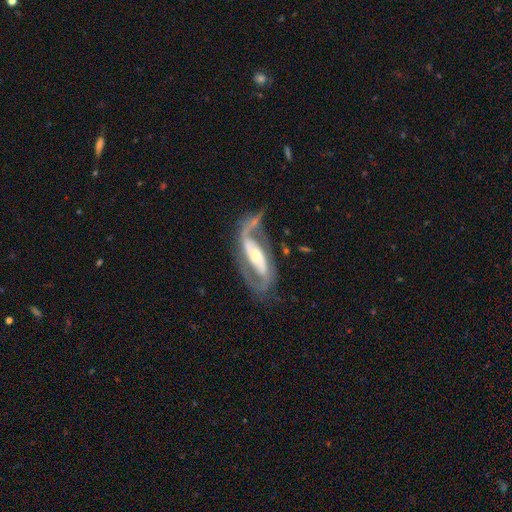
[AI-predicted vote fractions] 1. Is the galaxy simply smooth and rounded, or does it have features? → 89% featured or disk, 6% smooth, 5% star or artifact.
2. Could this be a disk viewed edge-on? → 92% no, 8% yes.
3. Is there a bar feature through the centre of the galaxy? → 54% strong, 28% weak, 18% no.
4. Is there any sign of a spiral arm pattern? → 95% yes, 5% no.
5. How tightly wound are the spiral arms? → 47% medium, 33% loose, 21% tight.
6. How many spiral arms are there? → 86% 2, 7% 1, 4% can't tell, 1% 3, 1% 4, 1% more than 4.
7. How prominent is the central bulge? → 54% moderate, 38% small, 5% large, 2% none, 1% dominant.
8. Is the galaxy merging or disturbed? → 59% none, 20% minor disturbance, 17% major disturbance, 4% merger.